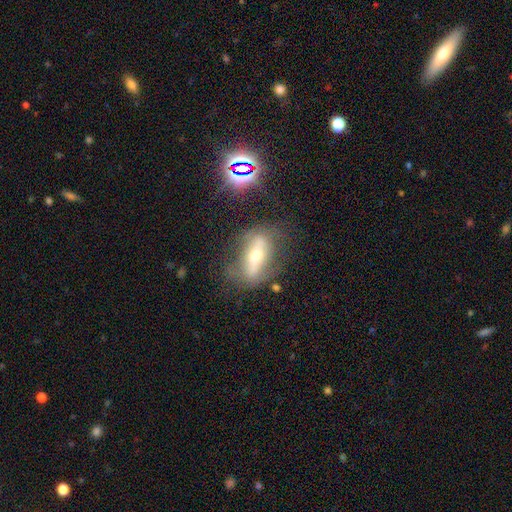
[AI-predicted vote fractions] Smooth or featured? featured or disk (63%)
Edge-on disk? no (60%)
Merging? none (63%)